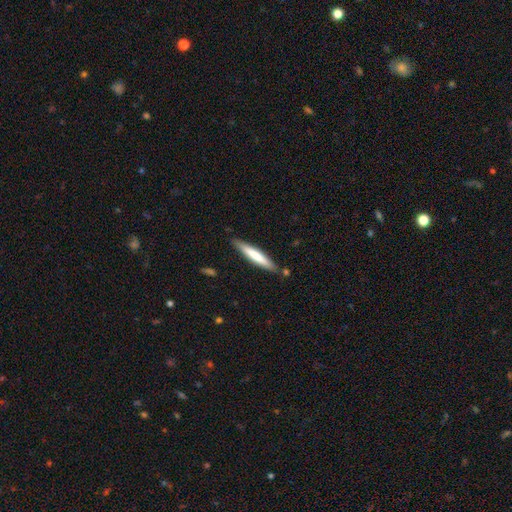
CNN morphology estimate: This appears to be a smooth galaxy with no disk features (67%) that is cigar-shaped (91%). Merging: none (85%).